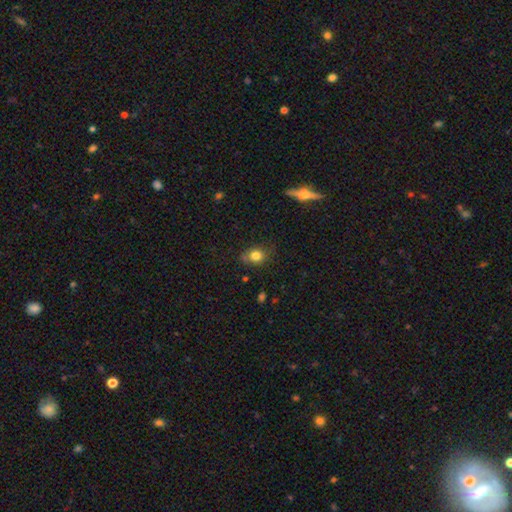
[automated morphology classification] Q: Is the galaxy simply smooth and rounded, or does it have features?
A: smooth — 81%.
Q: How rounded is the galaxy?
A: round — 53%.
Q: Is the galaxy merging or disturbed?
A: none — 70%.